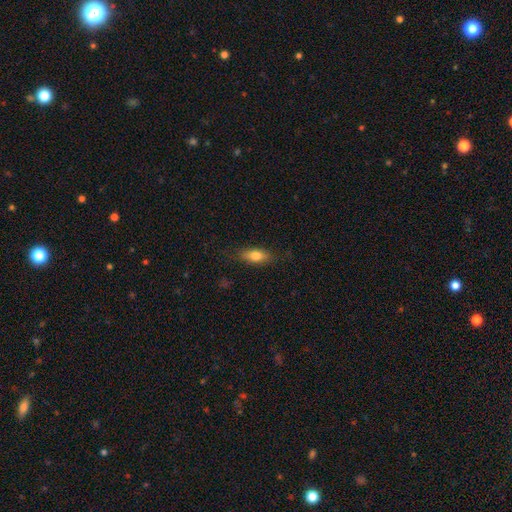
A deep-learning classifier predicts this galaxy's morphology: type=smooth (75%); roundness=in between (74%); merging=none (81%).